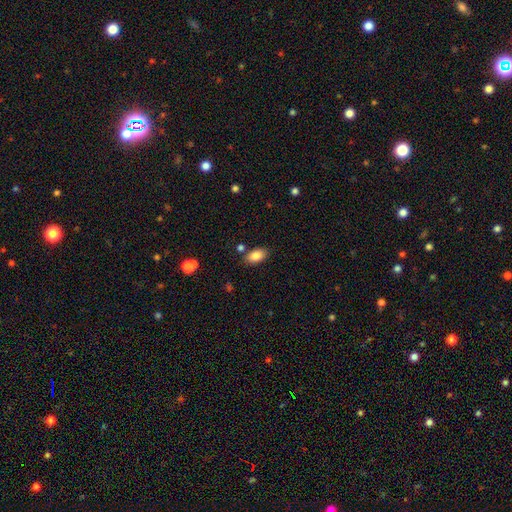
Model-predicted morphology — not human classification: This appears to be a smooth galaxy with no disk features (85%) that is in between round and cigar-shaped (92%). Merging: none (80%).